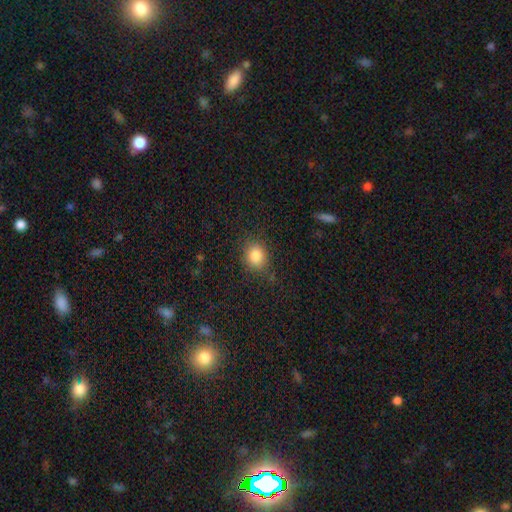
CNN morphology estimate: smooth 84%, star or artifact 11%, featured or disk 6%. Down the decision tree: how rounded — round (66%); merging — none (81%).